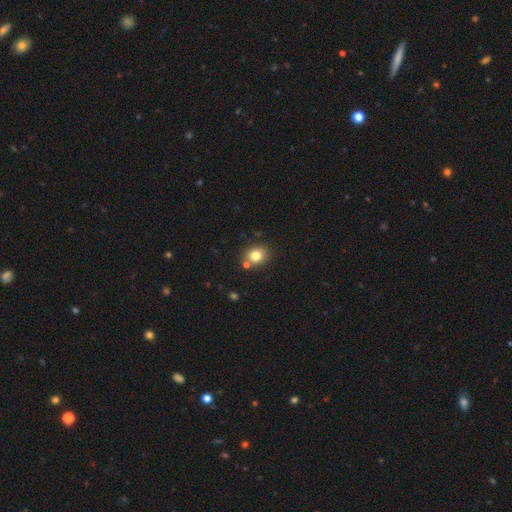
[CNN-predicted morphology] This appears to be a smooth galaxy with no disk features (80%) that is round (69%). Merging: none (75%).